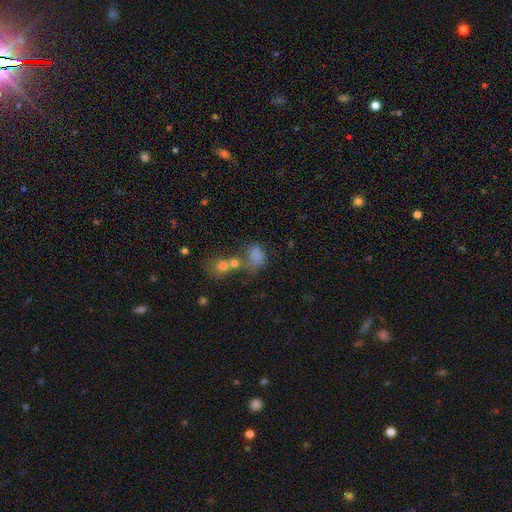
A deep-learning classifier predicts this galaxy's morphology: This is likely a smooth galaxy (72%). How rounded: possibly in between (58%). Merging: marginally merger (37%).